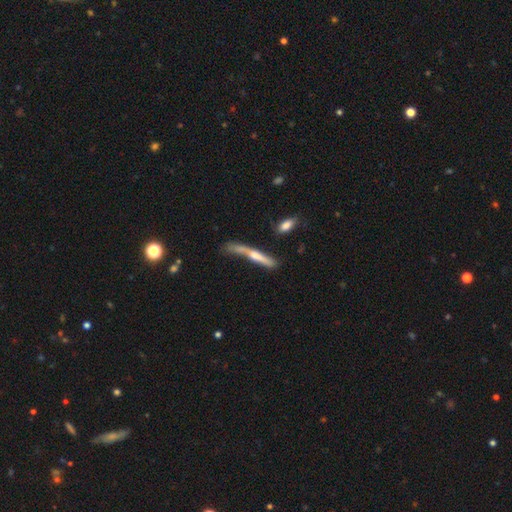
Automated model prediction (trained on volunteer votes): Smooth or featured? featured or disk (51%)
Edge-on disk? yes (85%)
Merging? none (44%)